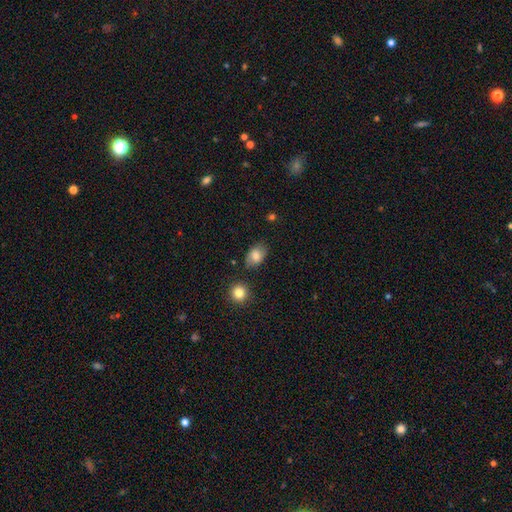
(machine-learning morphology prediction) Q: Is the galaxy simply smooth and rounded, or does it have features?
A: smooth — 78%.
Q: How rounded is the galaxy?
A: in between — 84%.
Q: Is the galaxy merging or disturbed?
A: none — 78%.